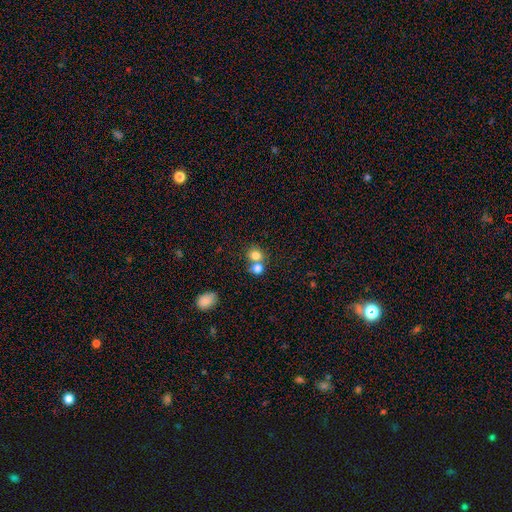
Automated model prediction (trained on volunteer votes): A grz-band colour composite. It shows a smooth galaxy with no disk features (78%) that is round (76%). Merging: none (48%).